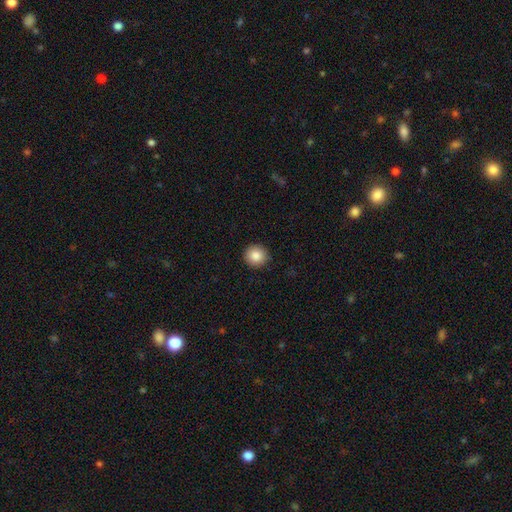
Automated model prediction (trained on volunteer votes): Smooth or featured? Predicted: smooth (p=0.86). How rounded? Predicted: round (p=0.92). Merging? Predicted: none (p=0.91).